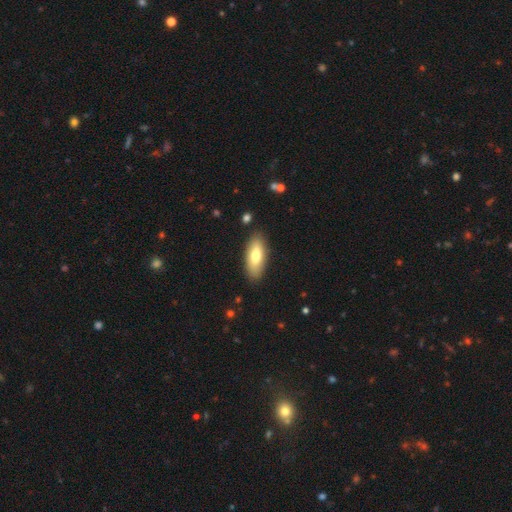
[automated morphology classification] Q: Smooth or featured?
A: smooth (72%); runner-up: featured or disk (22%)
Q: How rounded?
A: in between (79%); runner-up: cigar-shaped (19%)
Q: Merging?
A: none (86%); runner-up: minor disturbance (10%)